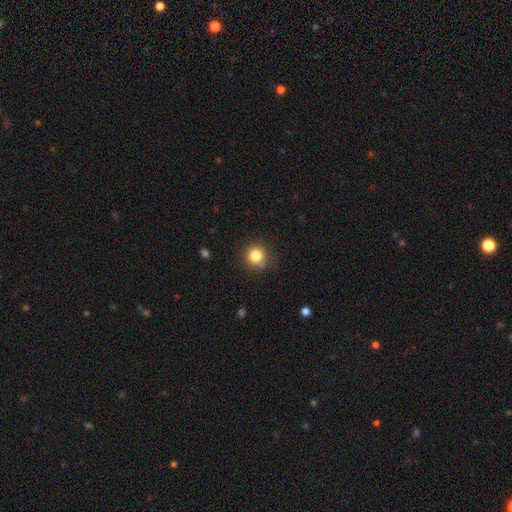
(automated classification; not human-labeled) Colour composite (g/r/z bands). It shows a smooth galaxy with no disk features (83%) that is round (91%). Merging: none (80%).